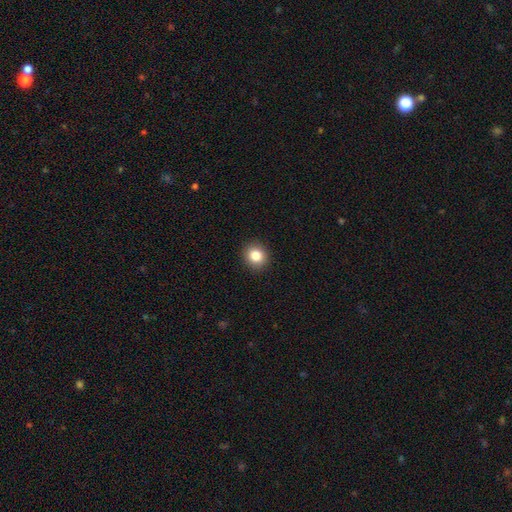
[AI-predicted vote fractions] Morphology: type=smooth (85%); roundness=round (84%); merging=none (92%).